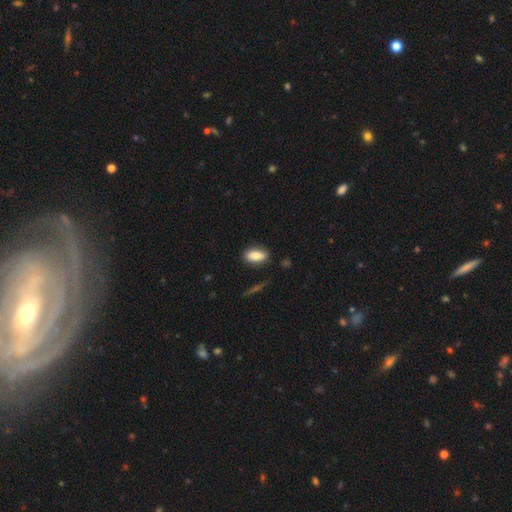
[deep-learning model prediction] The model was most divided on "merging": none: 83%, minor disturbance: 12%, major disturbance: 3%, merger: 2%. More confident: how rounded — in between (87%); smooth or featured — smooth (84%).